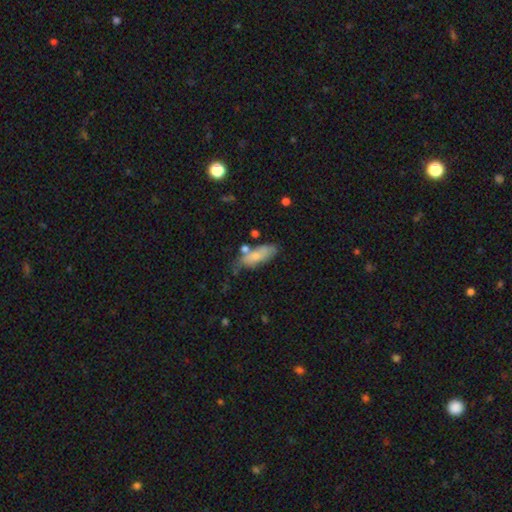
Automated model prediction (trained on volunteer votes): Morphology: type=smooth (72%); roundness=in between (74%); merging=none (48%).